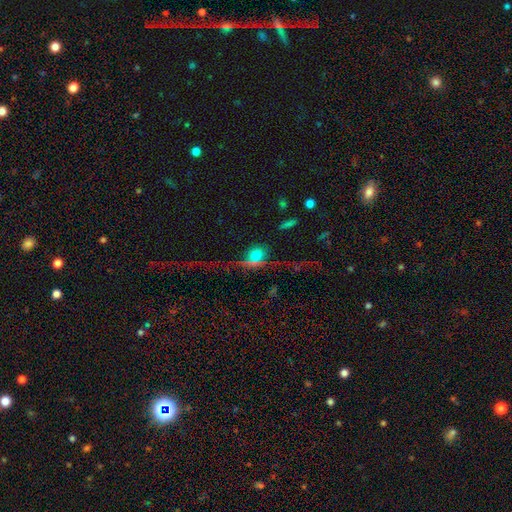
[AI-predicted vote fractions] Morphology: type=smooth (44%); merging=none (64%).